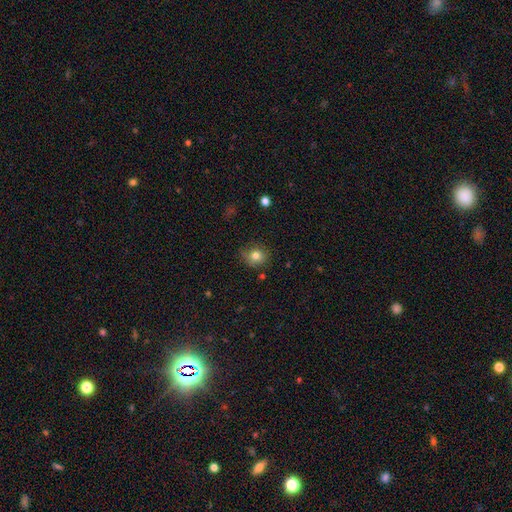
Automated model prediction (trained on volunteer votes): This is clearly a smooth galaxy (80%). How rounded: likely round (77%). Merging: likely none (72%).